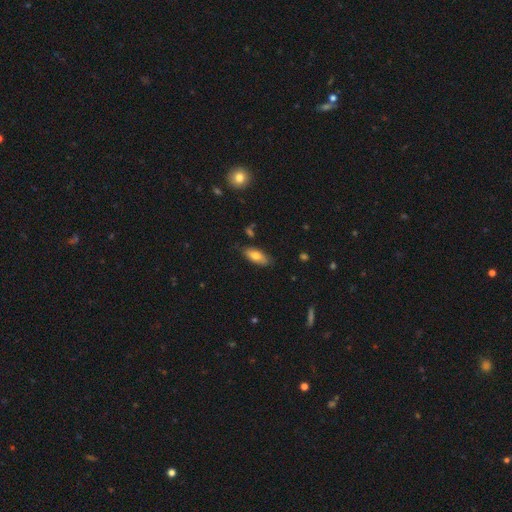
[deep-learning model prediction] smooth_or_featured: smooth (p=0.72) [alt: featured or disk p=0.21]
how_rounded: in between (p=0.83) [alt: cigar-shaped p=0.15]
merging: none (p=0.78) [alt: minor disturbance p=0.17]